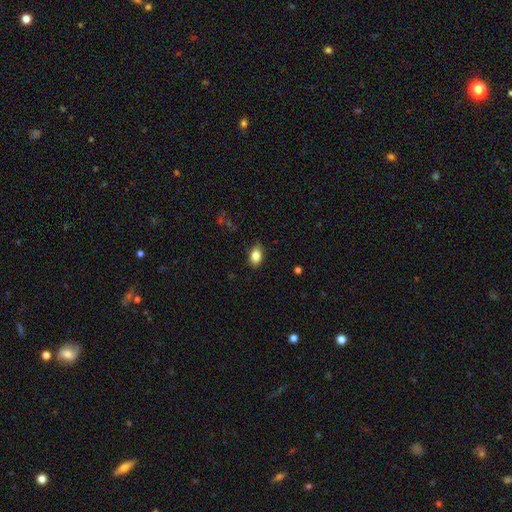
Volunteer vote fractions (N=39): This is clearly a smooth galaxy (85%). How rounded: clearly in between (94%). Merging: clearly none (89%).